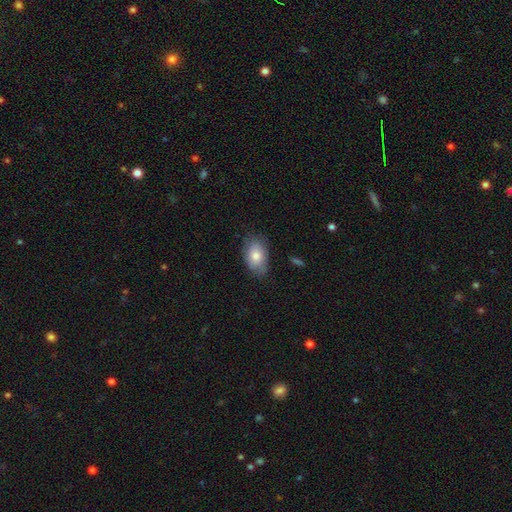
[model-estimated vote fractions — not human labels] smooth 76%, featured or disk 18%, star or artifact 7%. Down the decision tree: how rounded — in between (89%); merging — none (75%).